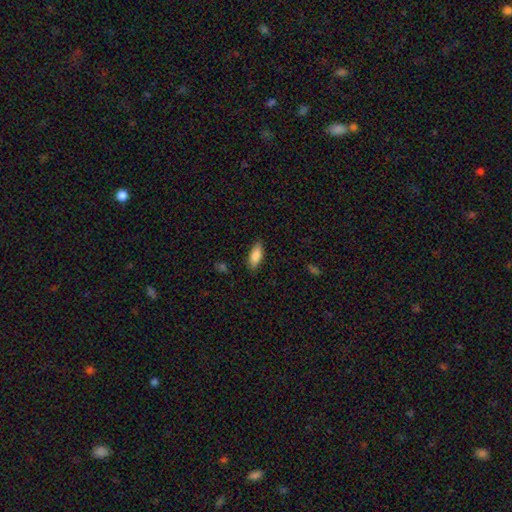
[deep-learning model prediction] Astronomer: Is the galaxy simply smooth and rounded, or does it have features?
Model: smooth — 84%.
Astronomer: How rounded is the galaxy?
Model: in between — 77%.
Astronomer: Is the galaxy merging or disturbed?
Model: none — 85%.